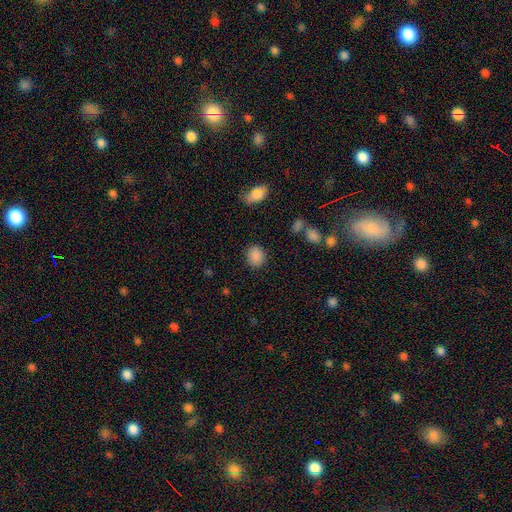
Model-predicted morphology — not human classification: smooth 87%, star or artifact 9%, featured or disk 4%. Down the decision tree: how rounded — round (67%); merging — none (87%).